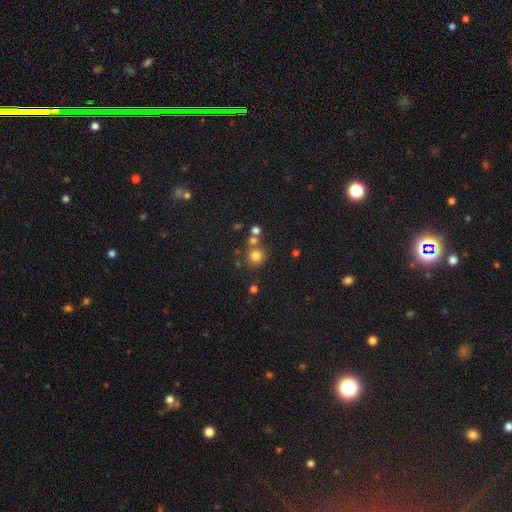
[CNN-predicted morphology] A smooth galaxy with no disk features (76%) that is round (91%).

Vote fractions:
- Smooth or featured? smooth: 76% / star or artifact: 16% / featured or disk: 8%
- How rounded? round: 91% / in between: 8% / cigar-shaped: 1%
- Merging? none: 67% / merger: 20% / minor disturbance: 9% / major disturbance: 4%